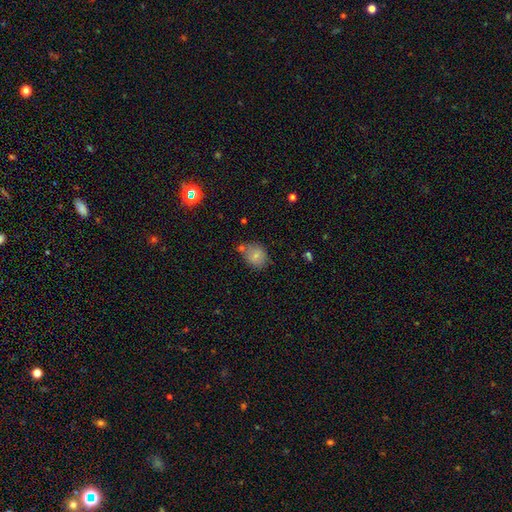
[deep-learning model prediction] smooth 77%, featured or disk 13%, star or artifact 10%. Down the decision tree: how rounded — round (54%); merging — none (62%).